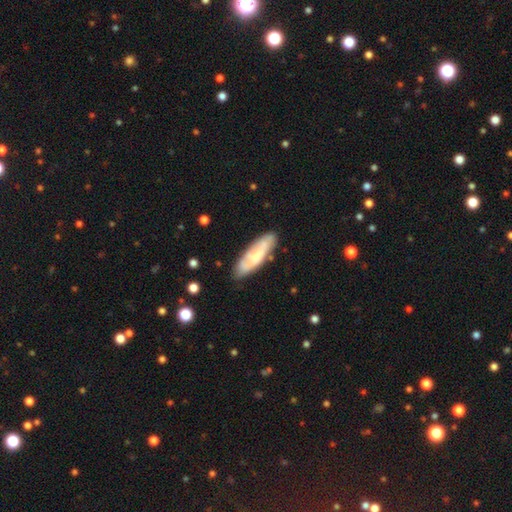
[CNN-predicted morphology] This appears to be a smooth galaxy with no disk features (53%) that is in between round and cigar-shaped (49%, tied with cigar-shaped). Merging: none (77%).